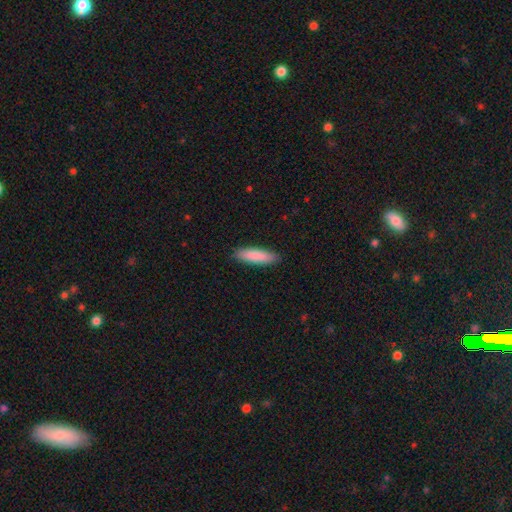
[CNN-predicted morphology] smooth-or-featured: smooth: 88% | featured or disk: 7% | star or artifact: 5%
  how-rounded: cigar-shaped: 64% | in between: 35% | round: 1%
  merging: none: 89% | minor disturbance: 8% | major disturbance: 2% | merger: 1%